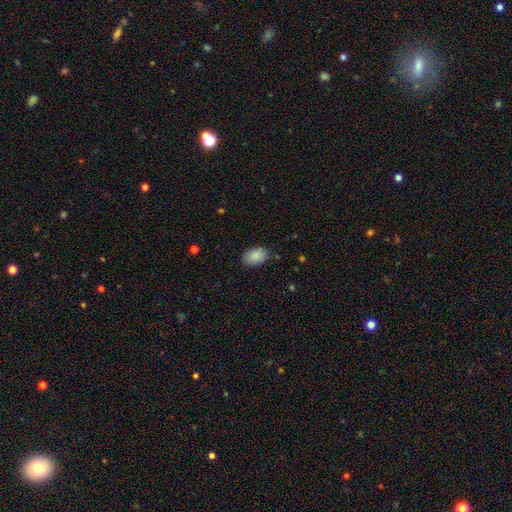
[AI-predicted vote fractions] Smooth or featured?
  - smooth: 89% *
  - star or artifact: 7%
  - featured or disk: 4%
How rounded?
  - in between: 90% *
  - round: 9%
  - cigar-shaped: 1%
Merging?
  - none: 84% *
  - minor disturbance: 12%
  - major disturbance: 3%
  - merger: 1%